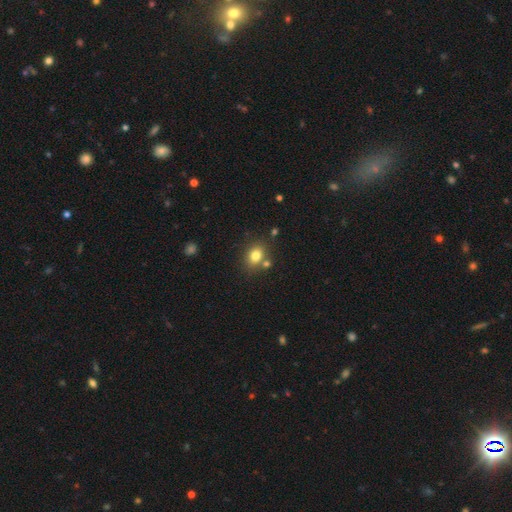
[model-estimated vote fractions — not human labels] Smooth or featured? smooth (80%)
How rounded? in between (55%)
Merging? none (70%)